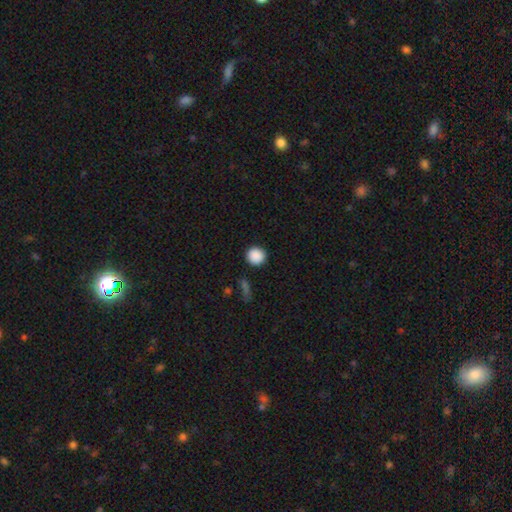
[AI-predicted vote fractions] The model was most divided on "smooth or featured": smooth: 89%, star or artifact: 9%, featured or disk: 3%. More confident: how rounded — round (94%); merging — none (90%).